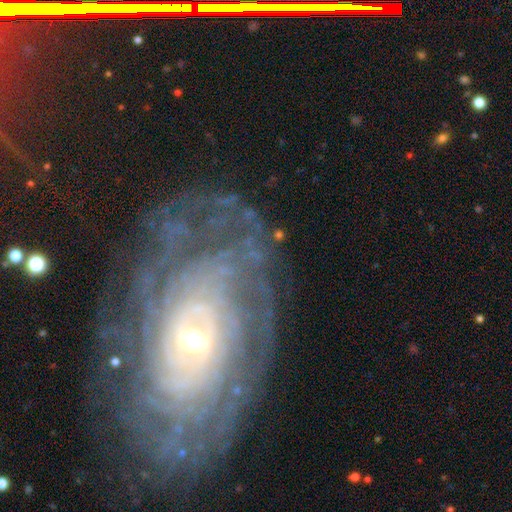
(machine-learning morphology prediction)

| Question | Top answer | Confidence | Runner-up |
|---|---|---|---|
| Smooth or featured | featured or disk | 81% | star or artifact (10%) |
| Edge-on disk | no | 95% | yes (5%) |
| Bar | no | 38% | weak (36%) |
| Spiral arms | yes | 88% | no (12%) |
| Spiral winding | tight | 69% | medium (22%) |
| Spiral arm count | can't tell | 42% | 2 (14%) |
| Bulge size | small | 53% | moderate (37%) |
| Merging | none | 65% | minor disturbance (16%) |